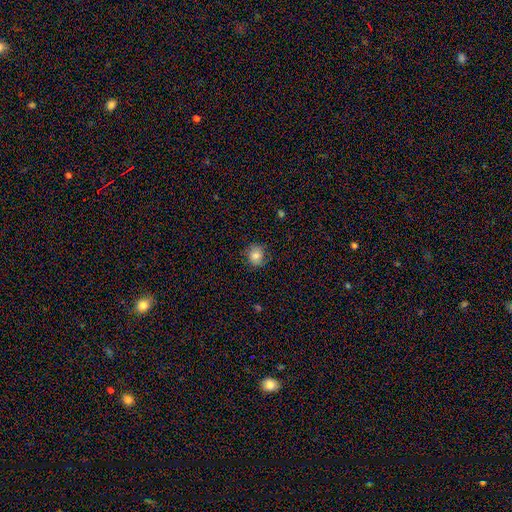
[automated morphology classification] Smooth or featured?
  - smooth: 79% *
  - featured or disk: 11%
  - star or artifact: 10%
How rounded?
  - round: 75% *
  - in between: 24%
  - cigar-shaped: 1%
Merging?
  - none: 79% *
  - minor disturbance: 16%
  - major disturbance: 4%
  - merger: 1%